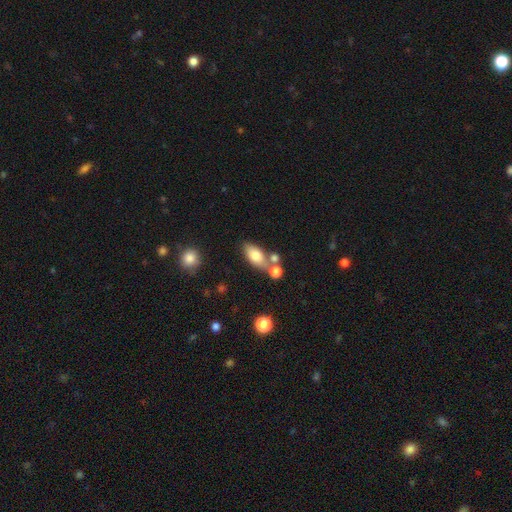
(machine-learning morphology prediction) Smooth or featured? Predicted: smooth (p=0.74). How rounded? Predicted: in between (p=0.84). Merging? Predicted: none (p=0.54).